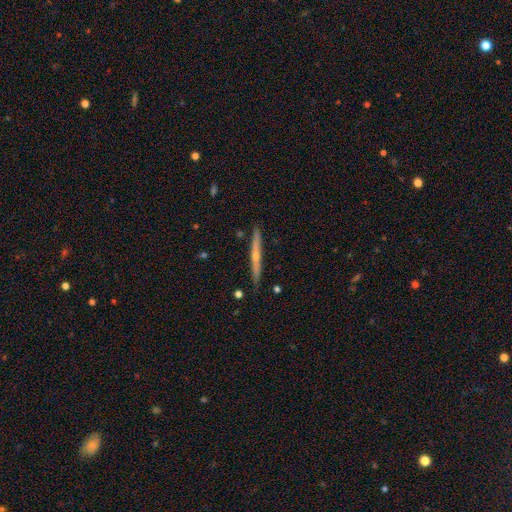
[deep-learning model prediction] smooth_or_featured: featured or disk (p=0.70) [alt: smooth p=0.24]
disk_edge_on: yes (p=0.97) [alt: no p=0.03]
edge_on_bulge: rounded (p=0.75) [alt: none p=0.23]
merging: none (p=0.90) [alt: minor disturbance p=0.08]